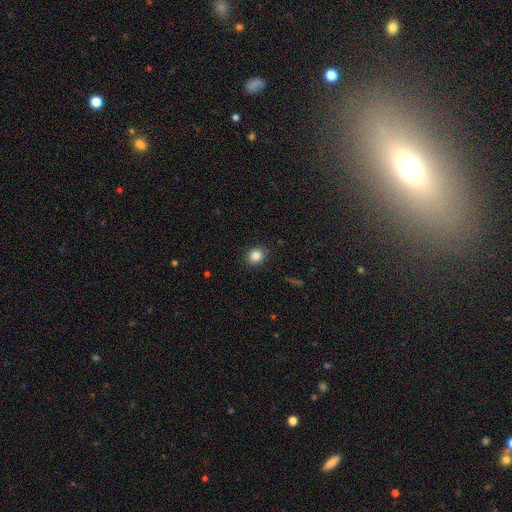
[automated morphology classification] This appears to be a smooth galaxy with no disk features (86%) that is round (72%). Merging: none (89%).